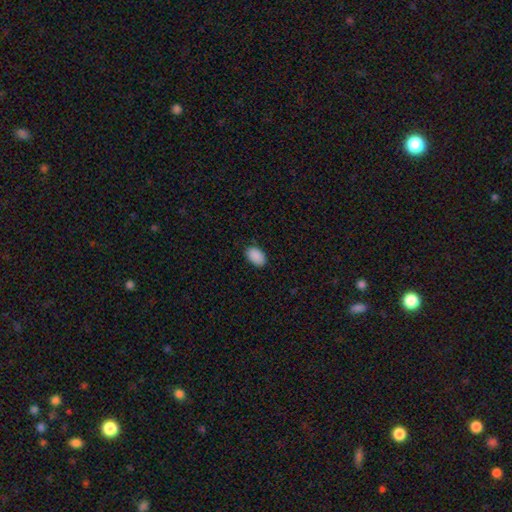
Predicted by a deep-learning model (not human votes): Q: Smooth or featured?
A: smooth (90%); runner-up: star or artifact (7%)
Q: How rounded?
A: in between (90%); runner-up: round (9%)
Q: Merging?
A: none (86%); runner-up: minor disturbance (11%)